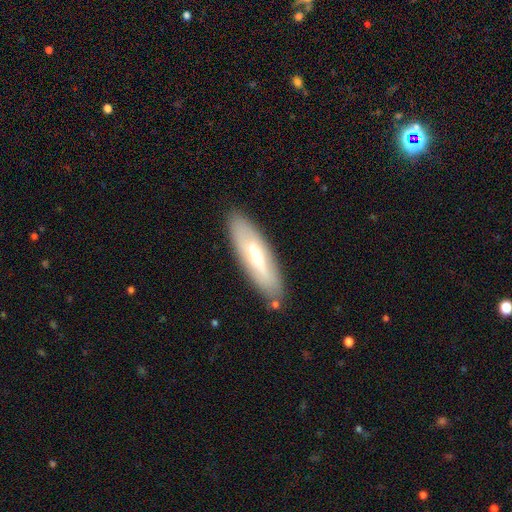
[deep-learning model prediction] Smooth or featured?
  - smooth: 52% *
  - featured or disk: 42%
  - star or artifact: 6%
How rounded?
  - cigar-shaped: 56% *
  - in between: 43%
  - round: 2%
Merging?
  - none: 84% *
  - minor disturbance: 11%
  - major disturbance: 3%
  - merger: 2%